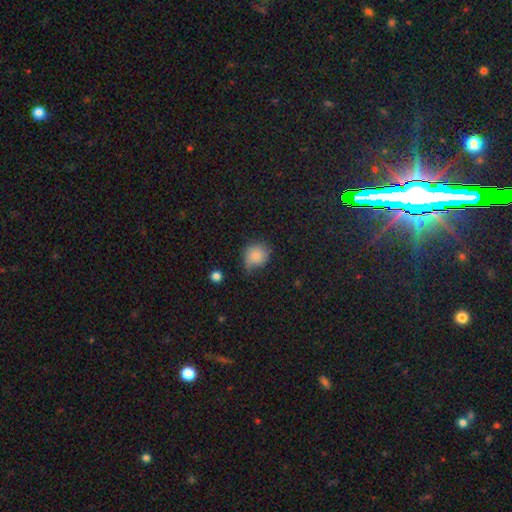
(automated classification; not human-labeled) Overall: smooth (78%). How rounded: round (75%). Merging: none (50%; minor disturbance 37%).